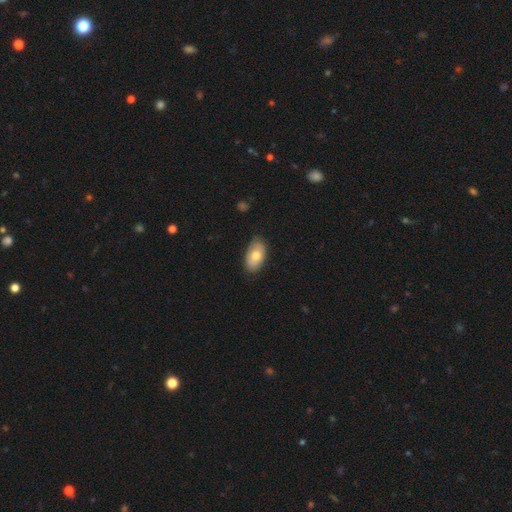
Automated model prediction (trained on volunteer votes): Q: Smooth or featured?
A: smooth (71%); runner-up: featured or disk (22%)
Q: How rounded?
A: in between (93%); runner-up: round (5%)
Q: Merging?
A: none (78%); runner-up: minor disturbance (18%)